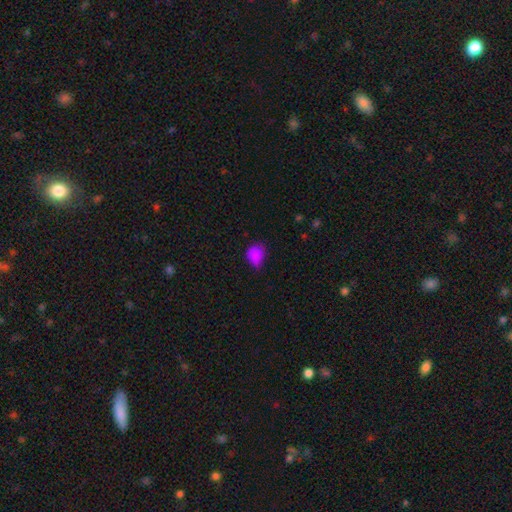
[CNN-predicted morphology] The model was most divided on "how rounded": in between: 51%, round: 48%, cigar-shaped: 1%. Remaining: smooth or featured — smooth (84%); merging — none (49%).